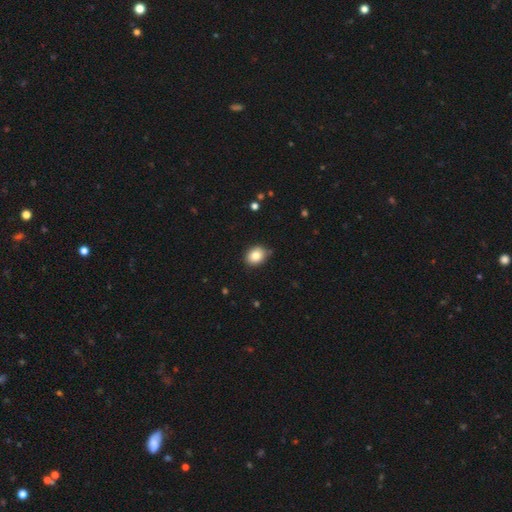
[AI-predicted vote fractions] Smooth or featured?
  - smooth: 84% *
  - star or artifact: 9%
  - featured or disk: 7%
How rounded?
  - in between: 55% *
  - round: 44%
  - cigar-shaped: 1%
Merging?
  - none: 82% *
  - minor disturbance: 14%
  - major disturbance: 2%
  - merger: 2%